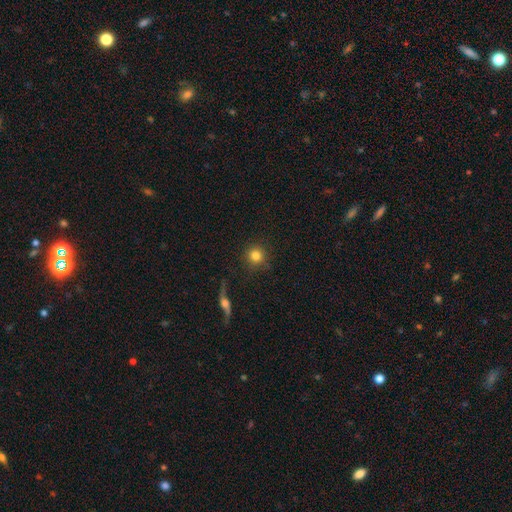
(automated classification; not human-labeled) Overall: smooth (82%). How rounded: round (95%). Merging: none (88%).